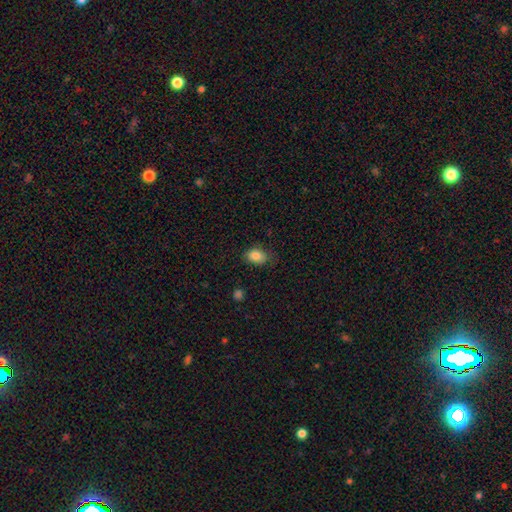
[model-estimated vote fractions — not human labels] This is clearly a smooth galaxy (84%). How rounded: likely in between (80%). Merging: likely none (75%).